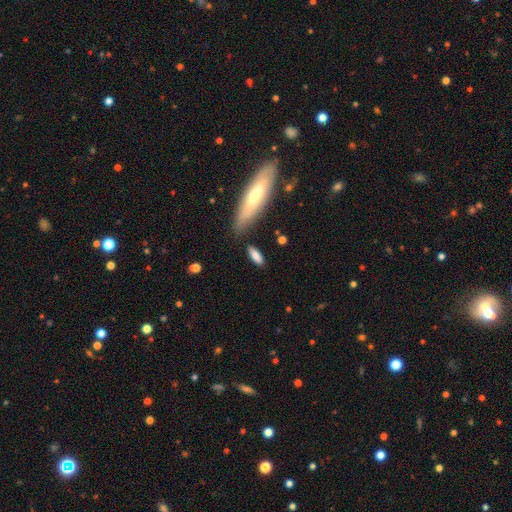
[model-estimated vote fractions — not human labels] smooth-or-featured: smooth: 81% | featured or disk: 12% | star or artifact: 7%
  how-rounded: in between: 56% | cigar-shaped: 41% | round: 3%
  merging: none: 77% | minor disturbance: 14% | merger: 4% | major disturbance: 4%